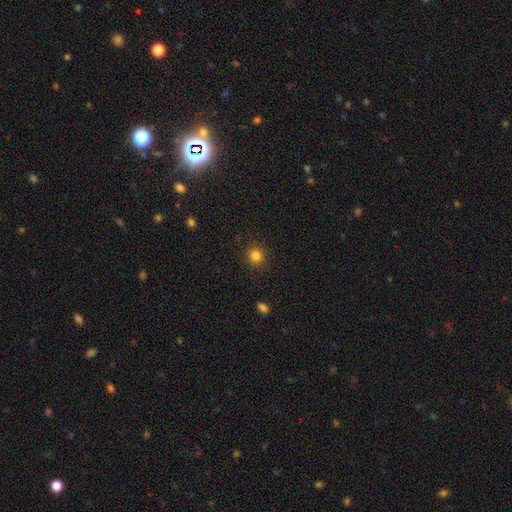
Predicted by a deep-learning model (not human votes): smooth_or_featured: smooth (p=0.83) [alt: star or artifact p=0.12]
how_rounded: round (p=0.92) [alt: in between p=0.07]
merging: none (p=0.91) [alt: minor disturbance p=0.06]